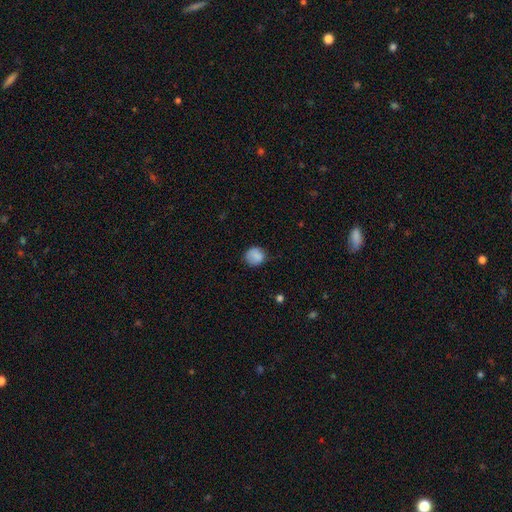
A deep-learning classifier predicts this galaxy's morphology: type=smooth (85%); roundness=round (82%); merging=none (69%).